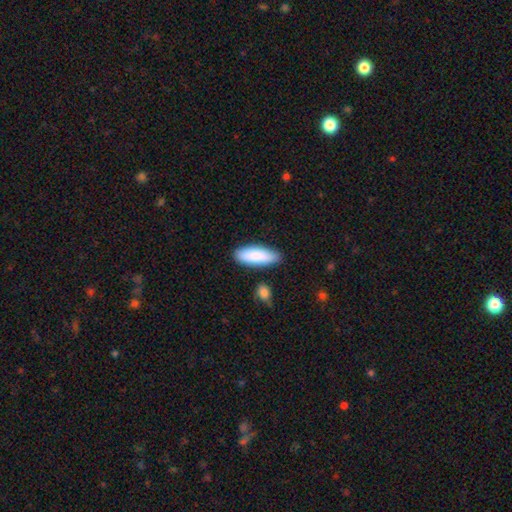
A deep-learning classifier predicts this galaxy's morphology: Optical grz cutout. It shows a smooth galaxy with no disk features (87%) that is in between round and cigar-shaped (66%). Merging: none (81%).